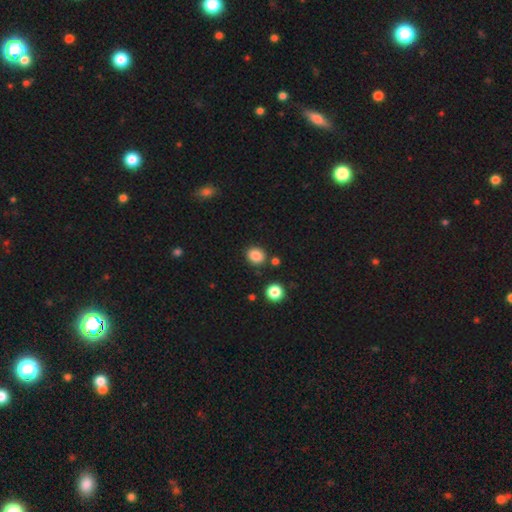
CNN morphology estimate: Smooth or featured? smooth (86%)
How rounded? round (67%)
Merging? none (83%)